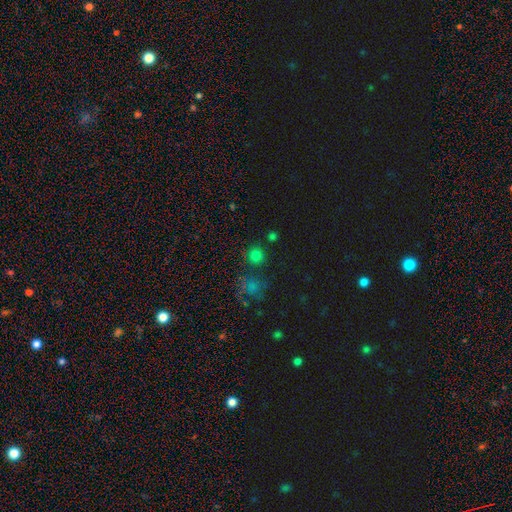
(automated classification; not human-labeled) This is likely a smooth galaxy (74%). How rounded: clearly round (92%). Merging: clearly none (80%).